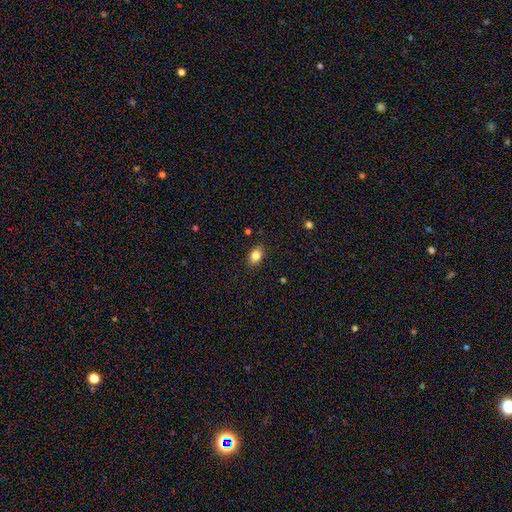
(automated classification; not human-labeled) smooth-or-featured: smooth: 82% | star or artifact: 10% | featured or disk: 8%
  how-rounded: in between: 78% | round: 20% | cigar-shaped: 2%
  merging: none: 84% | minor disturbance: 12% | major disturbance: 2% | merger: 1%